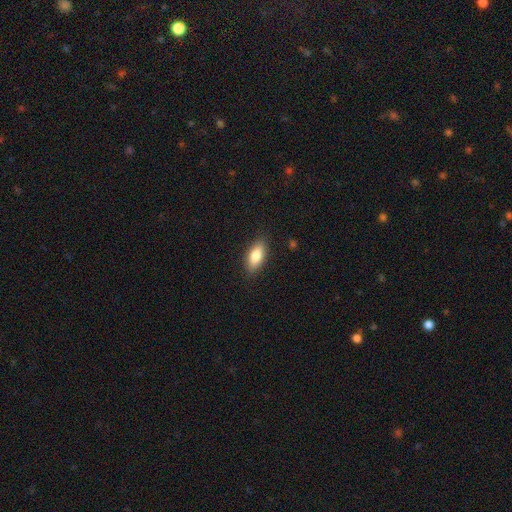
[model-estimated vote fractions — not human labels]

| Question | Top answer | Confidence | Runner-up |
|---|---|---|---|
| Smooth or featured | smooth | 80% | featured or disk (13%) |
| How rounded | in between | 84% | cigar-shaped (13%) |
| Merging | none | 87% | minor disturbance (10%) |